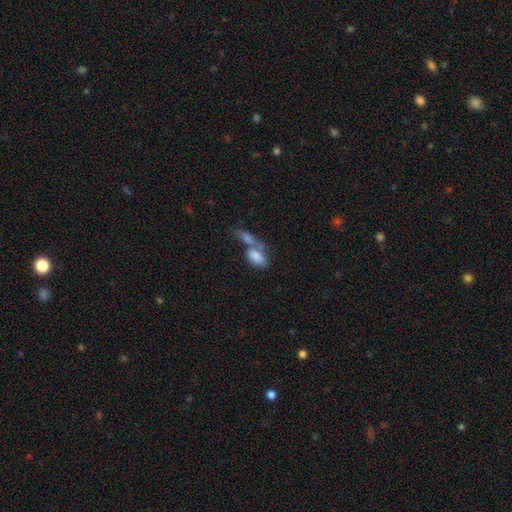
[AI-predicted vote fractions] smooth-or-featured: smooth: 78% | featured or disk: 14% | star or artifact: 8%
  how-rounded: in between: 88% | cigar-shaped: 7% | round: 4%
  merging: merger: 62% | none: 22% | minor disturbance: 9% | major disturbance: 7%